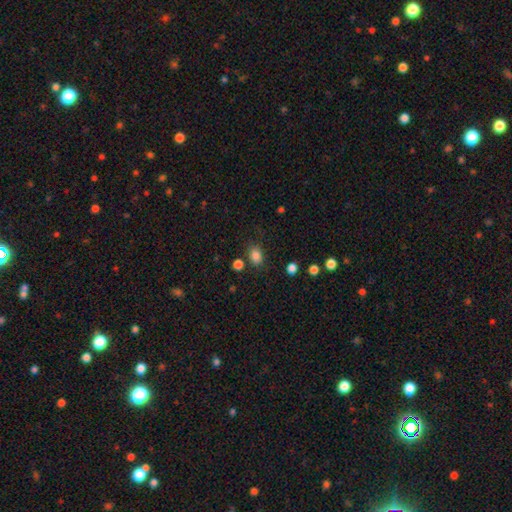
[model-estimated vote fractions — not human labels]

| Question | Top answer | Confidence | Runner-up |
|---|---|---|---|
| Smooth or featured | smooth | 84% | star or artifact (12%) |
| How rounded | in between | 62% | round (37%) |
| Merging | none | 77% | minor disturbance (14%) |